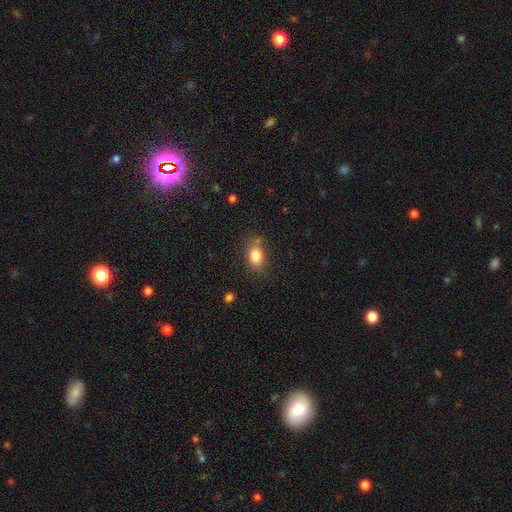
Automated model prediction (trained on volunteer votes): Smooth or featured? smooth (85%)
How rounded? in between (82%)
Merging? none (74%)